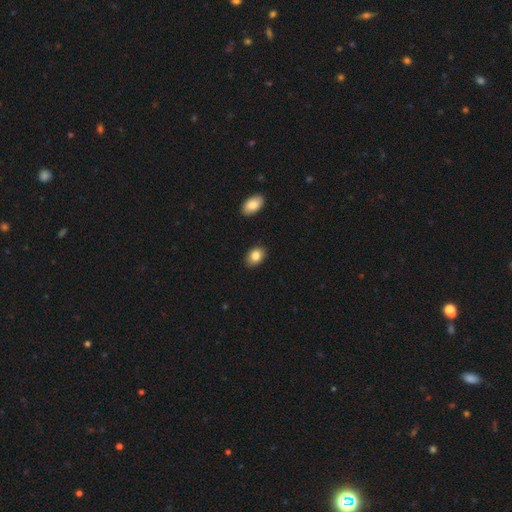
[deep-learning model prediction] Smooth or featured?
  - smooth: 84% *
  - featured or disk: 8%
  - star or artifact: 8%
How rounded?
  - in between: 80% *
  - round: 19%
  - cigar-shaped: 1%
Merging?
  - none: 87% *
  - minor disturbance: 9%
  - major disturbance: 2%
  - merger: 2%